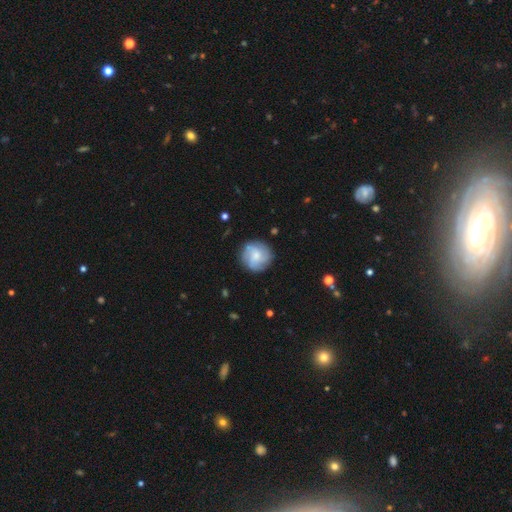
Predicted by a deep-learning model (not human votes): Smooth or featured? smooth (50%)
Merging? none (82%)